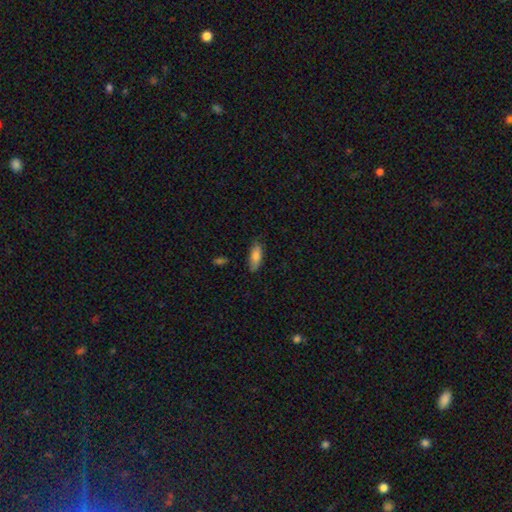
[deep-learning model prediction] This is clearly a smooth galaxy (81%). How rounded: likely in between (70%). Merging: likely none (75%).